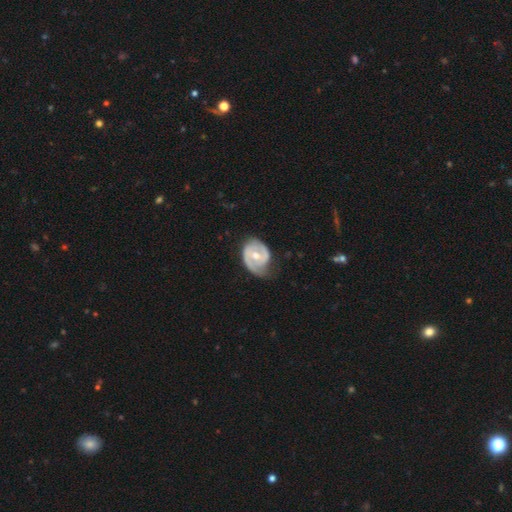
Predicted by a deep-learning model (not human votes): This is likely a featured or disk galaxy (78%). It is clearly not viewed edge-on (97%). Bar: possibly no (45%). Spiral arm pattern: clearly yes (87%). Spiral arm count: likely 2 (64%). Spiral winding: possibly tight (48%). Central bulge: likely moderate (68%). Merging: possibly none (53%).